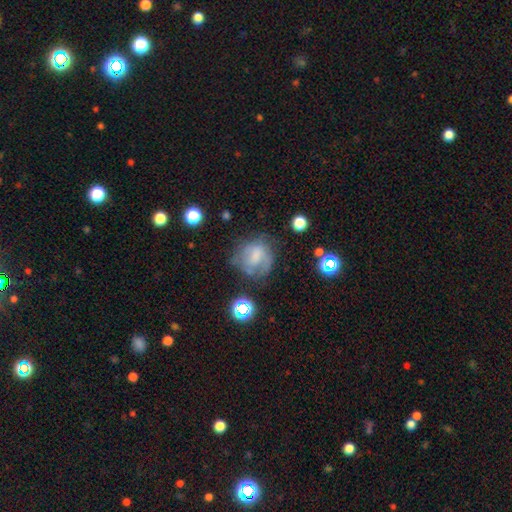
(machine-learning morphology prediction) Q: Smooth or featured?
A: smooth (45%); runner-up: featured or disk (41%)
Q: Merging?
A: none (47%); runner-up: minor disturbance (25%)